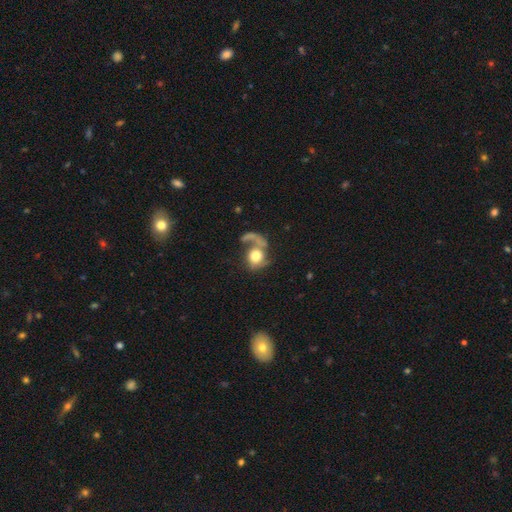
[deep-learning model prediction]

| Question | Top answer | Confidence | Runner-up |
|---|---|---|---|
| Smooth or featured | smooth | 47% | featured or disk (45%) |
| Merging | major disturbance | 40% | none (28%) |